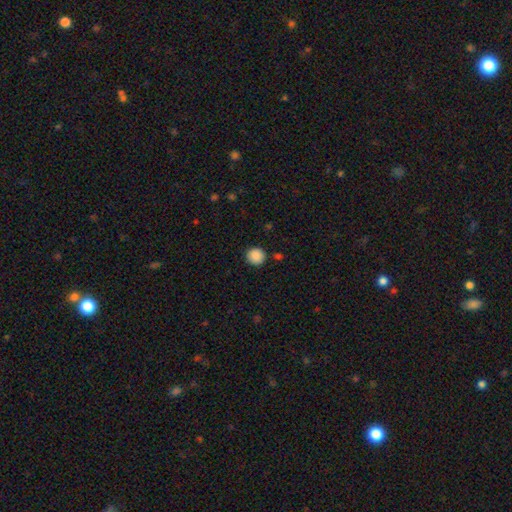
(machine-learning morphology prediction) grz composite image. It shows a smooth galaxy with no disk features (89%) that is round (93%). Merging: none (89%).